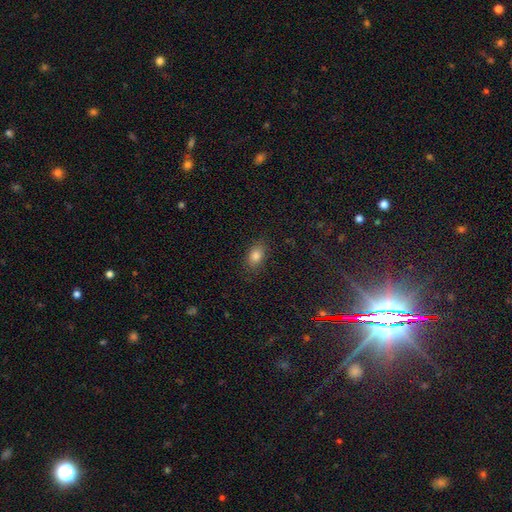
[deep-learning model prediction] A smooth galaxy with no disk features (82%) that is in between round and cigar-shaped (82%).

Vote fractions:
- Smooth or featured? smooth: 82% / star or artifact: 11% / featured or disk: 8%
- How rounded? in between: 82% / round: 15% / cigar-shaped: 3%
- Merging? none: 84% / minor disturbance: 12% / major disturbance: 3% / merger: 1%